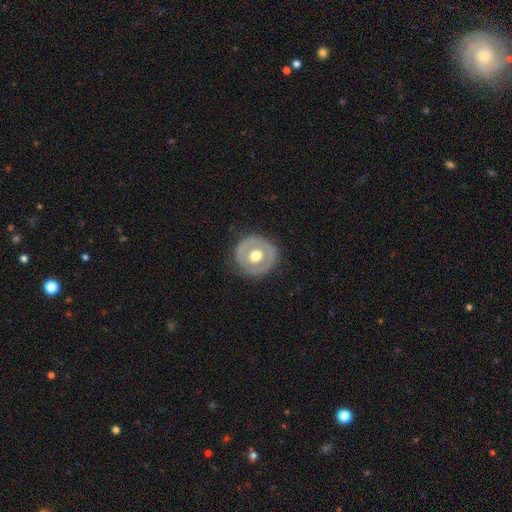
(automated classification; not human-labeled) Overall: featured or disk (52%; smooth 42%). Edge-on disk: no (95%). Merging: none (83%).